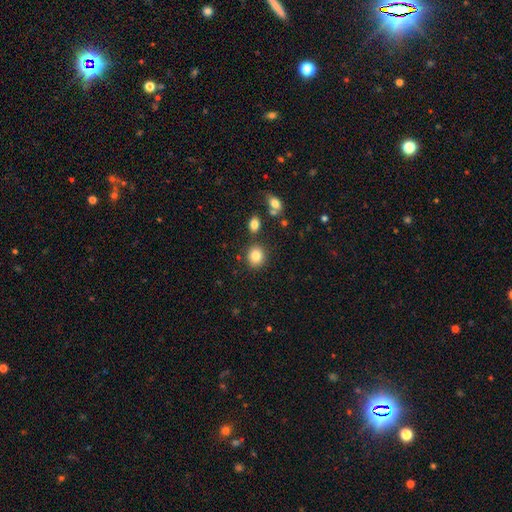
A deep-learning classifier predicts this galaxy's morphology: Overall: smooth (84%). How rounded: round (76%). Merging: none (81%).